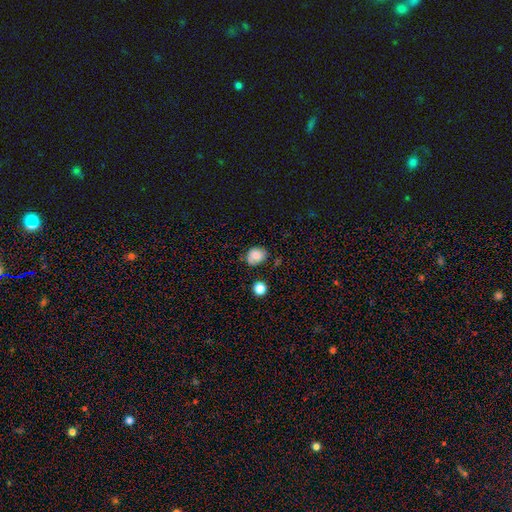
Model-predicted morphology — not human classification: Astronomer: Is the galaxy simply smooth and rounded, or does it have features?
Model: smooth — 77%.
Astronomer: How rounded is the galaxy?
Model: round — 61% (runner-up: in between, 38%).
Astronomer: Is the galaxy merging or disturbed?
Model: none — 65%.